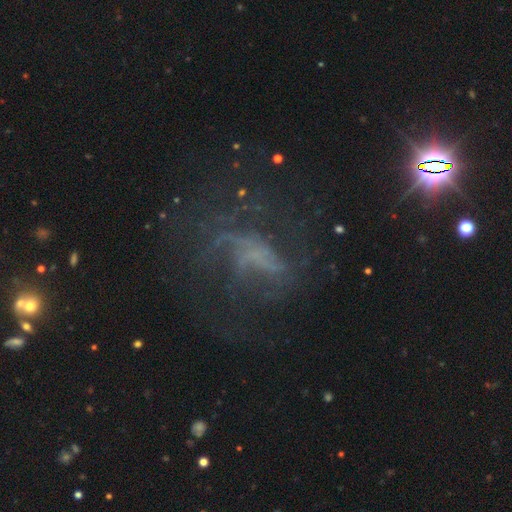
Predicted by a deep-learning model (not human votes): smooth-or-featured: featured or disk: 59% | star or artifact: 26% | smooth: 15%
  disk-edge-on: no: 93% | yes: 7%
    bar: no: 66% | weak: 23% | strong: 11%
    has-spiral-arms: yes: 57% | no: 43%
    bulge-size: none: 68% | small: 19% | moderate: 8% | large: 3% | dominant: 2%
  merging: none: 49% | major disturbance: 32% | minor disturbance: 16% | merger: 3%